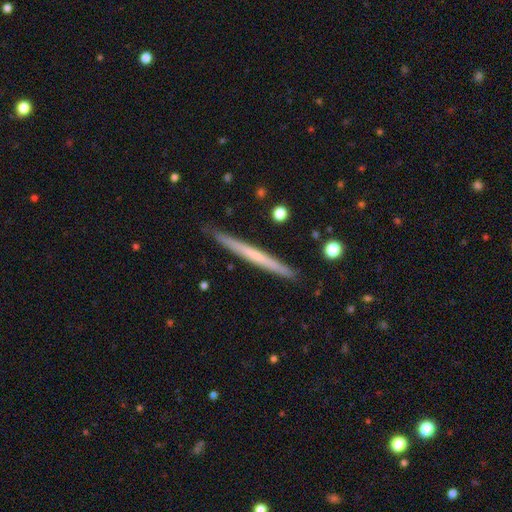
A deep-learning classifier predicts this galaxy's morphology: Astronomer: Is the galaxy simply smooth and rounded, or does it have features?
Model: featured or disk — 47%, tied with smooth at 47%.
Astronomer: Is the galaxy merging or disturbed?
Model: none — 90%.